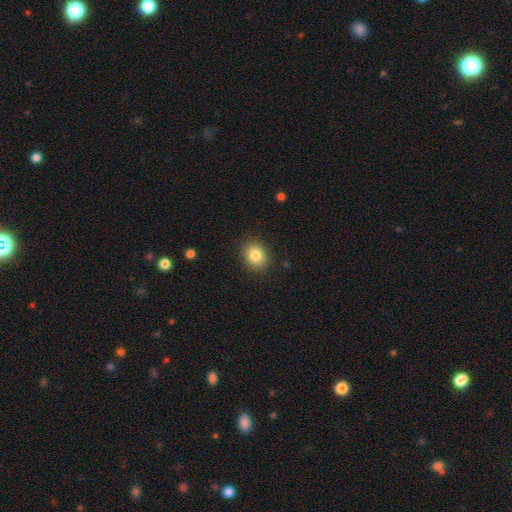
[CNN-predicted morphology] type=smooth (83%); roundness=round (61%); merging=none (90%).